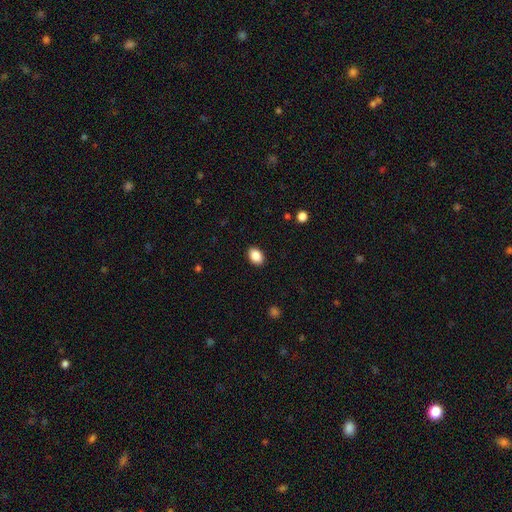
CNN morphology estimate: Smooth or featured? Predicted: smooth (p=0.88). How rounded? Predicted: in between (p=0.78). Merging? Predicted: none (p=0.90).